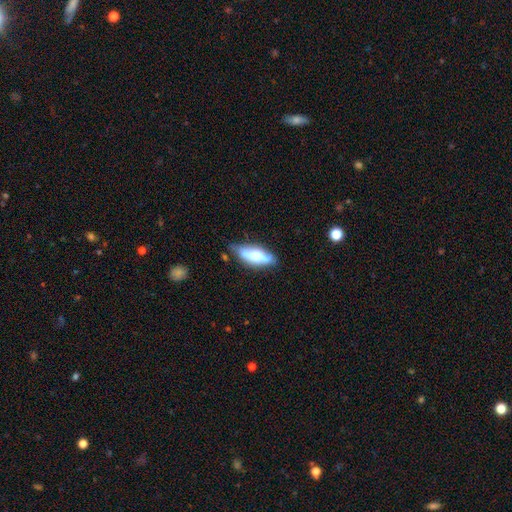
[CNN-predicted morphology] A featured or disk galaxy (48%). Merging: none (69%).